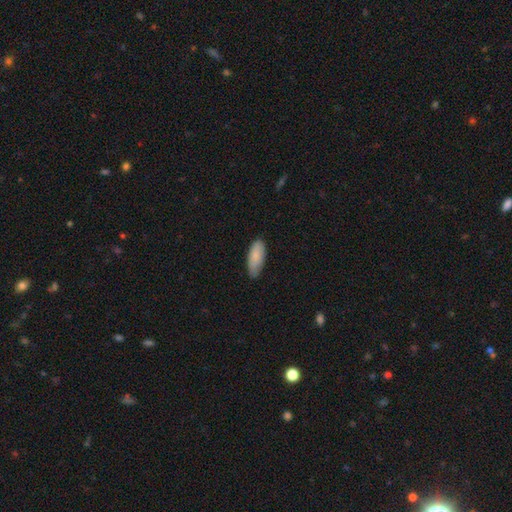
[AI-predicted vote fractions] This is clearly a smooth galaxy (84%). How rounded: clearly in between (81%). Merging: likely none (76%).